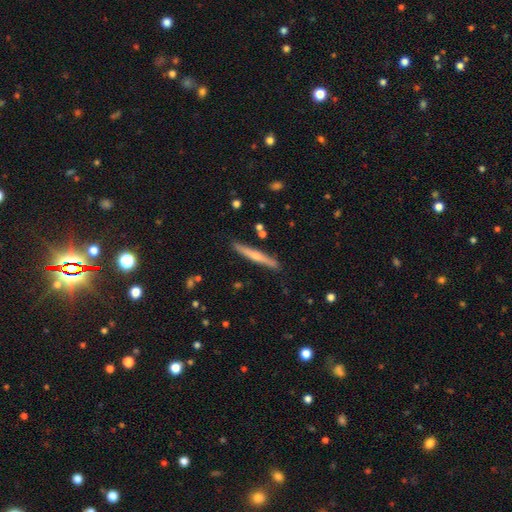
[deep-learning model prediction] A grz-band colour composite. It shows a featured or disk galaxy (49%). Merging: none (87%).